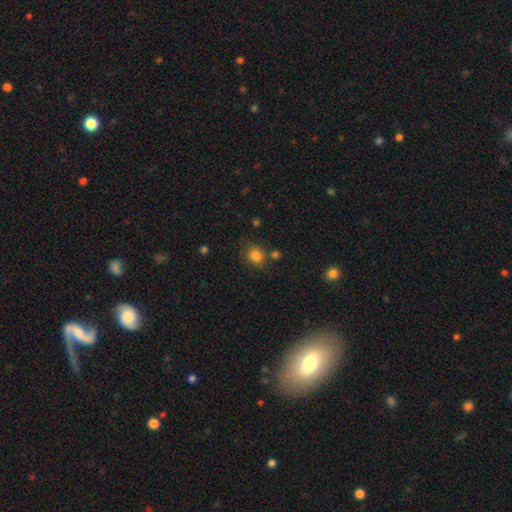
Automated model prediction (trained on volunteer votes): The model was most divided on "how rounded": round: 67%, in between: 32%, cigar-shaped: 1%. More confident: smooth or featured — smooth (82%); merging — none (74%).